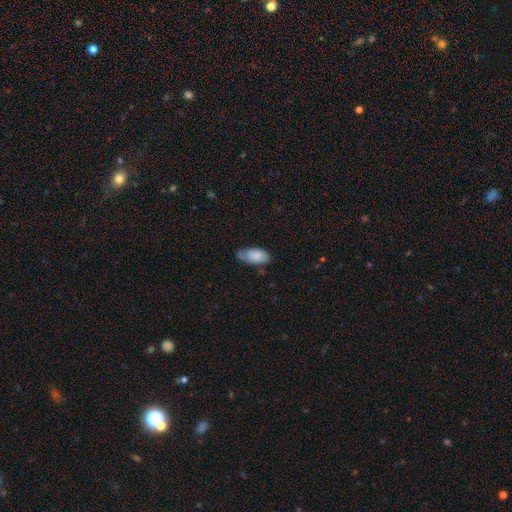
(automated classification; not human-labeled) Smooth or featured: smooth — 82% (featured or disk — 11%)
How rounded: in between — 91% (cigar-shaped — 6%)
Merging: none — 49% (minor disturbance — 39%)